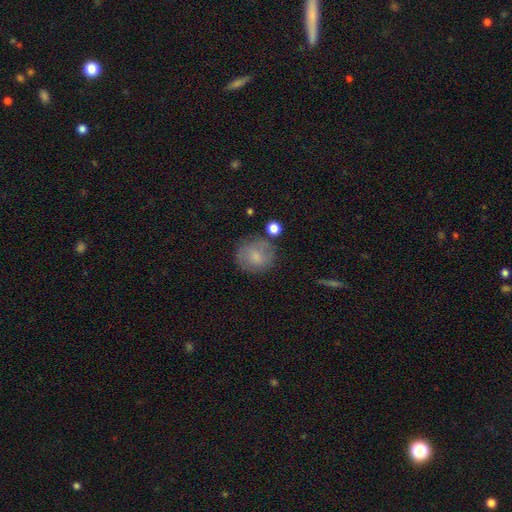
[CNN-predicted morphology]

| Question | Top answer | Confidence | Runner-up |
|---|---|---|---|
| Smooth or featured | smooth | 71% | featured or disk (20%) |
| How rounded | round | 81% | in between (18%) |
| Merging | none | 70% | minor disturbance (18%) |